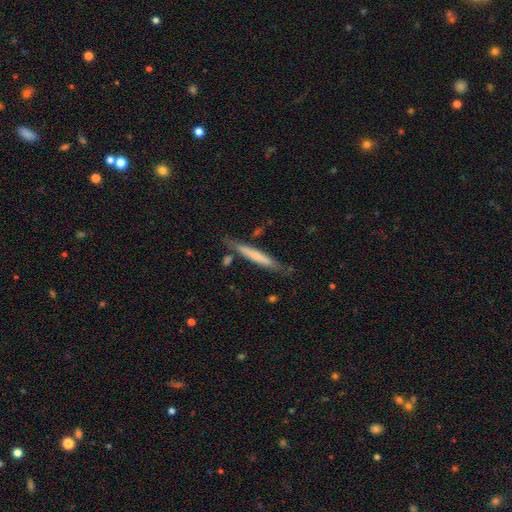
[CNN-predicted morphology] A smooth galaxy with no disk features (57%) that is cigar-shaped (95%). Merging: none (77%).